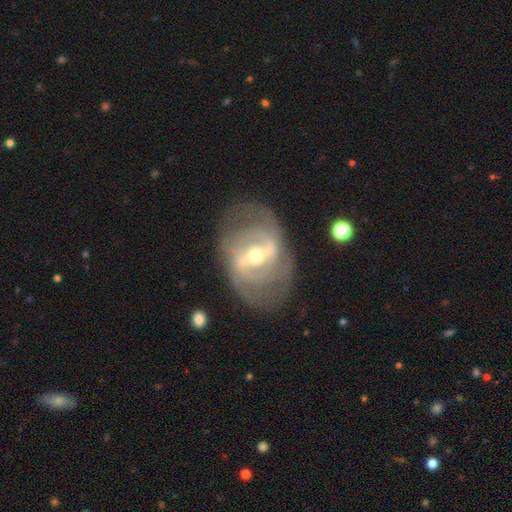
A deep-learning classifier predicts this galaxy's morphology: Overall: featured or disk (85%). Edge-on disk: no (95%). Bar: strong (56%; weak 33%). Spiral arms: yes (82%). Spiral arm count: 2 (55%; can't tell 26%). Spiral winding: tight (45%; medium 40%). Bulge size: moderate (54%; small 40%). Merging: none (71%).